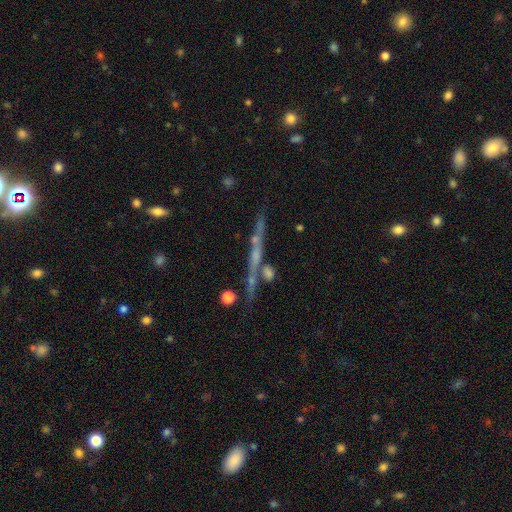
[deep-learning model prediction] This is likely a featured or disk galaxy (60%). It is clearly viewed edge-on (89%). Edge-on bulge: possibly none (59%). Merging: likely none (71%).